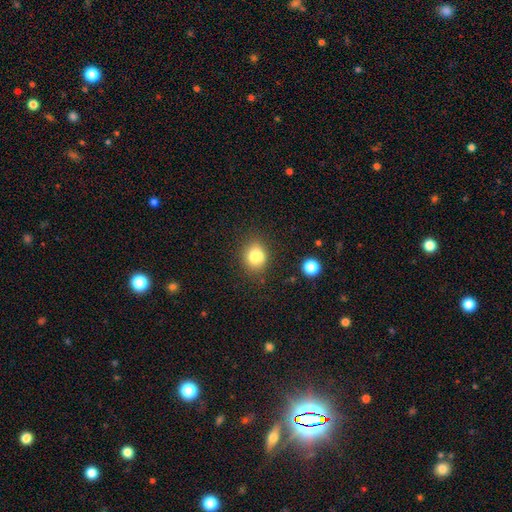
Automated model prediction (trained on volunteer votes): smooth_or_featured: smooth (p=0.78) [alt: star or artifact p=0.11]
how_rounded: round (p=0.67) [alt: in between p=0.32]
merging: none (p=0.67) [alt: minor disturbance p=0.16]